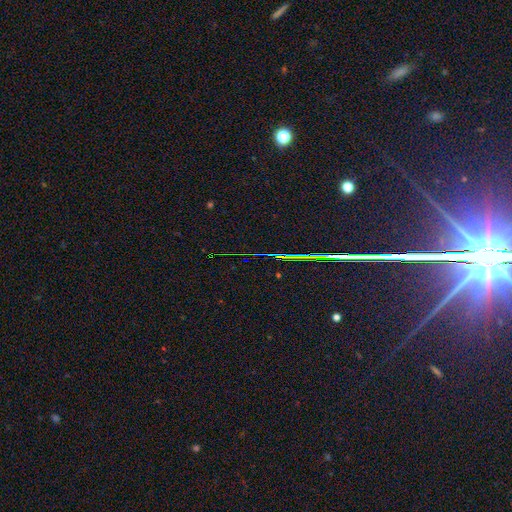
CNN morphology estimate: A star or artifact, not a galaxy (84%).

Vote fractions:
- Smooth or featured? star or artifact: 84% / featured or disk: 8% / smooth: 8%